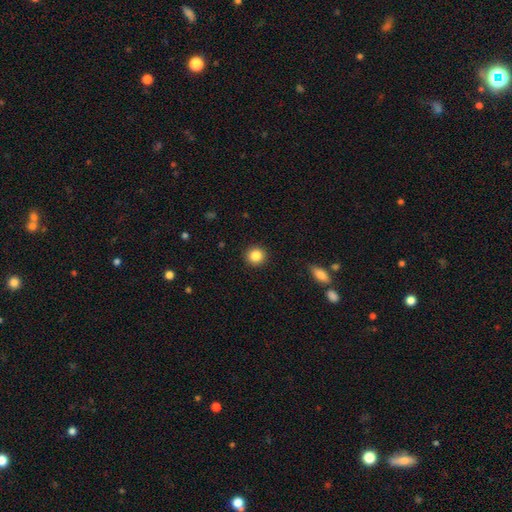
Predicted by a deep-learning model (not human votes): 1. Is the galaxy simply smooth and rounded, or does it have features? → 85% smooth, 10% star or artifact, 5% featured or disk.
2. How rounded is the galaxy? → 91% round, 8% in between, 1% cigar-shaped.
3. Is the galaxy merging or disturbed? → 92% none, 5% minor disturbance, 2% major disturbance, 1% merger.